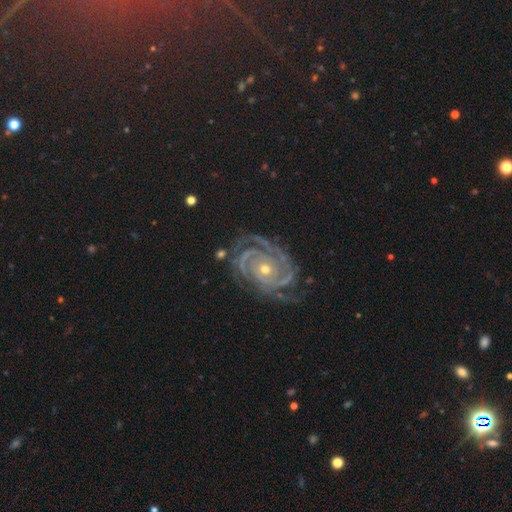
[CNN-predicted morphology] type=featured or disk (75%); edge-on=no (97%); bar=no (77%); spiral arms=yes (98%); winding=tight (74%); arm count=3 (28%); bulge=small (64%); merging=none (79%).